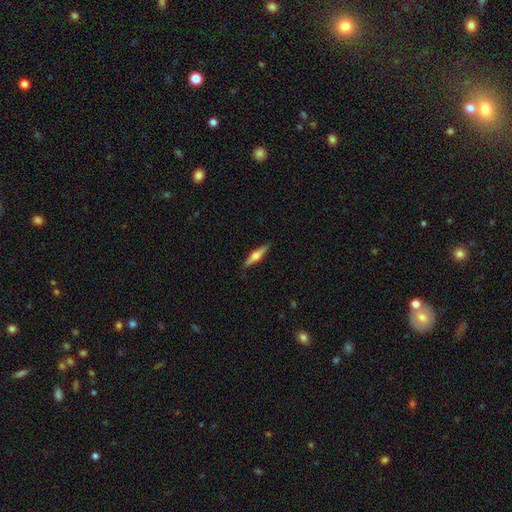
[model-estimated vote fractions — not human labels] Smooth or featured?
  - smooth: 49% *
  - featured or disk: 45%
  - star or artifact: 6%
Merging?
  - none: 88% *
  - minor disturbance: 9%
  - major disturbance: 2%
  - merger: 1%